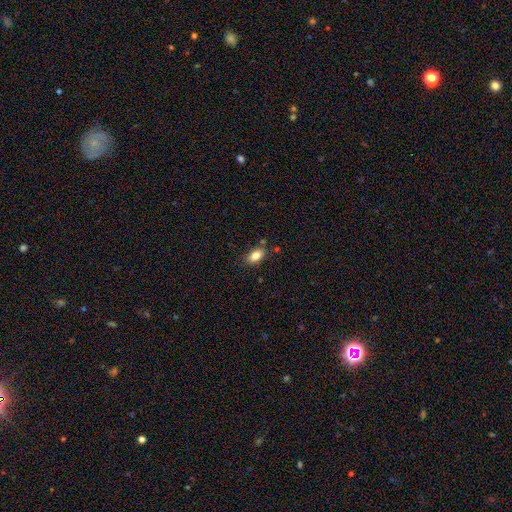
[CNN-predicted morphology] Overall: smooth (84%). How rounded: in between (89%). Merging: none (78%).